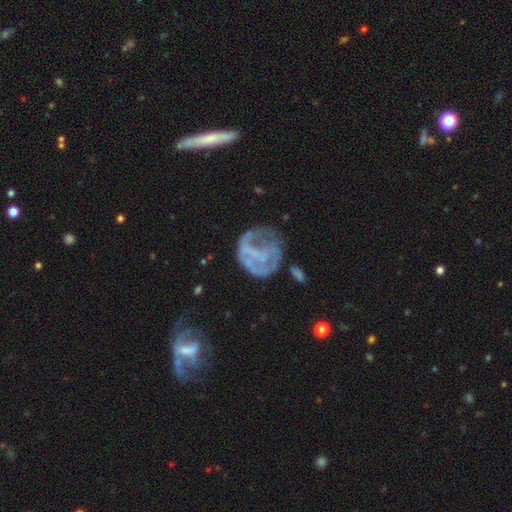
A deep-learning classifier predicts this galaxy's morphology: Smooth or featured? Predicted: featured or disk (p=0.58). Edge-on disk? Predicted: no (p=0.97). Bar? Predicted: no (p=0.72). Spiral arms? Predicted: no (p=0.69). Bulge size? Predicted: none (p=0.71). Merging? Predicted: none (p=0.43).